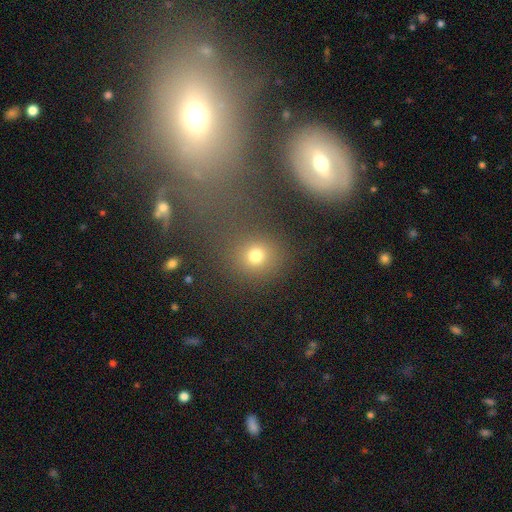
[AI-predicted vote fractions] Smooth or featured? smooth (72%)
How rounded? round (86%)
Merging? none (78%)